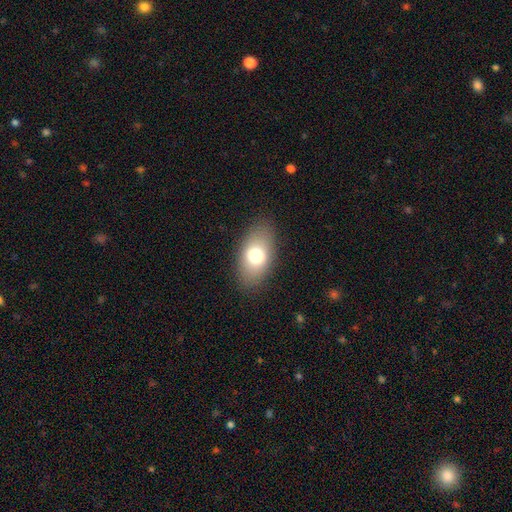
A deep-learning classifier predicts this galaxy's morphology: Smooth or featured: smooth — 73% (featured or disk — 18%)
How rounded: in between — 90% (round — 8%)
Merging: none — 86% (minor disturbance — 10%)